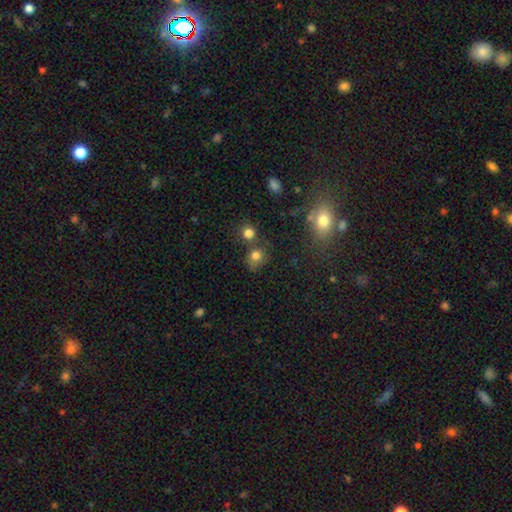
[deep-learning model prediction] This is likely a smooth galaxy (76%). How rounded: likely round (76%). Merging: possibly none (56%).